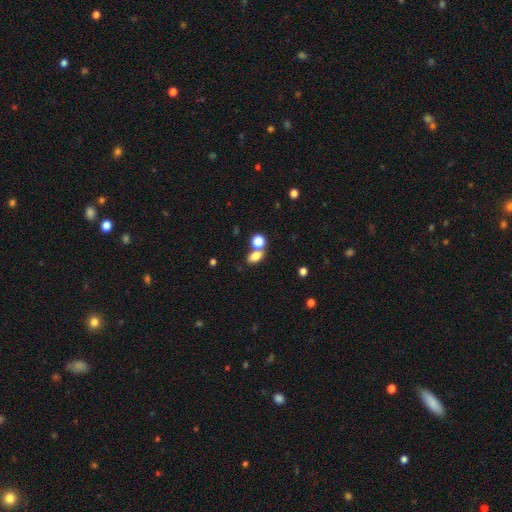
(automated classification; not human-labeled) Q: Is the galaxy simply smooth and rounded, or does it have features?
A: smooth — 78%.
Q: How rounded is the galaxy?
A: in between — 77%.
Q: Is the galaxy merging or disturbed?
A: none — 52%.